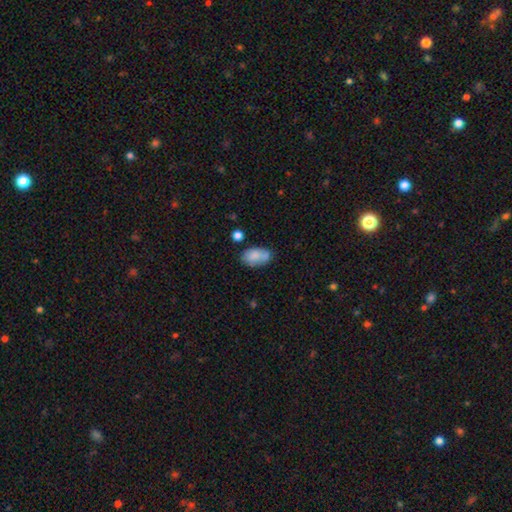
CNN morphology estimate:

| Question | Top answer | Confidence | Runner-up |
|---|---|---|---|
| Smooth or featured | smooth | 79% | featured or disk (13%) |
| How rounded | in between | 92% | round (6%) |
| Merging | none | 58% | minor disturbance (23%) |